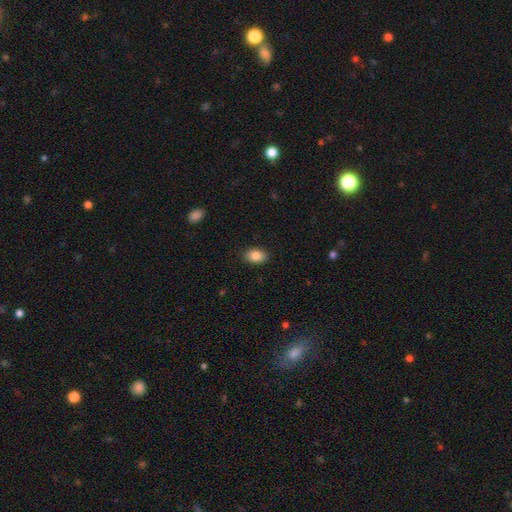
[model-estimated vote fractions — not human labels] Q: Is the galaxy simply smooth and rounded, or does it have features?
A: smooth — 87%.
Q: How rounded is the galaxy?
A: in between — 82%.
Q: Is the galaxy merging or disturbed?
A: none — 87%.